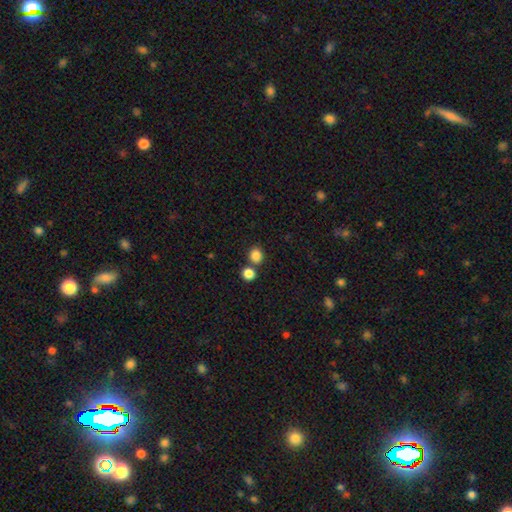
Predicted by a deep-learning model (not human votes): A smooth galaxy with no disk features (85%) that is round (78%). Merging: none (69%).